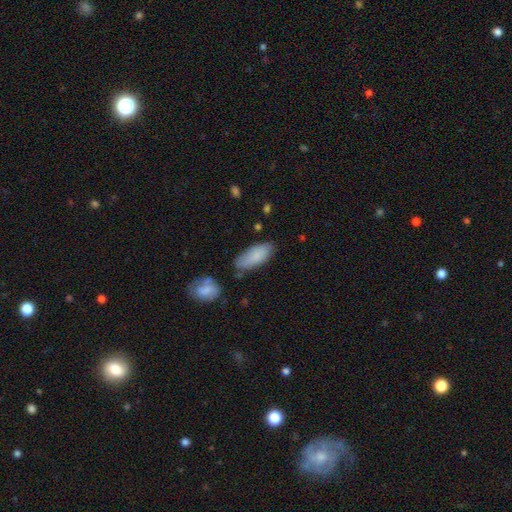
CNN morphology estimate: Smooth or featured: smooth — 85% (featured or disk — 9%)
How rounded: in between — 82% (cigar-shaped — 16%)
Merging: none — 70% (minor disturbance — 20%)